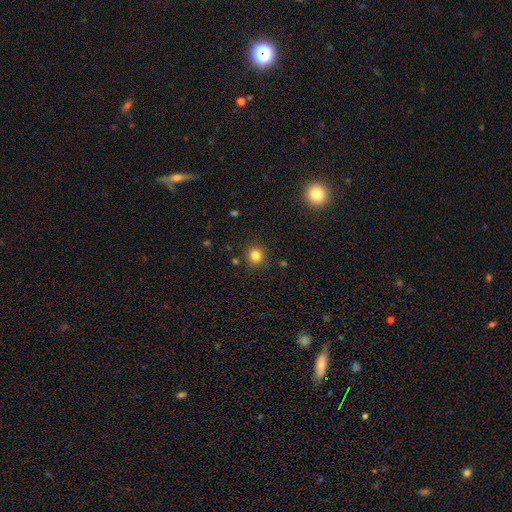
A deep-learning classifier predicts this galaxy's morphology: Smooth or featured?
  - smooth: 82% *
  - star or artifact: 13%
  - featured or disk: 5%
How rounded?
  - round: 90% *
  - in between: 9%
  - cigar-shaped: 1%
Merging?
  - none: 88% *
  - minor disturbance: 7%
  - major disturbance: 2%
  - merger: 2%